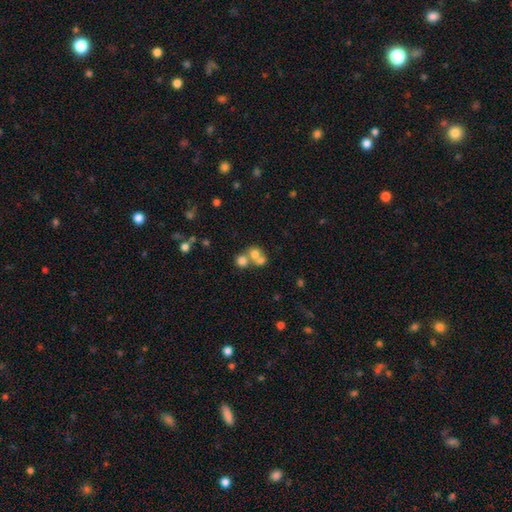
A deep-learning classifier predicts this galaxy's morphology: A smooth galaxy with no disk features (65%) that is round (77%).

Vote fractions:
- Smooth or featured? smooth: 65% / featured or disk: 20% / star or artifact: 15%
- How rounded? round: 77% / in between: 22% / cigar-shaped: 1%
- Merging? merger: 58% / none: 33% / minor disturbance: 6% / major disturbance: 4%